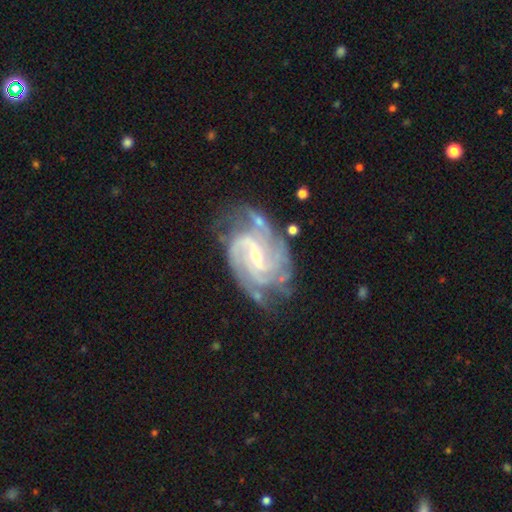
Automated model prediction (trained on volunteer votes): This is clearly a featured or disk galaxy (92%). It is clearly not viewed edge-on (98%). Bar: possibly weak (51%). Spiral arm pattern: clearly yes (98%). Spiral arm count: marginally 2 (31%). Spiral winding: possibly tight (46%). Central bulge: likely small (64%). Merging: likely none (64%).